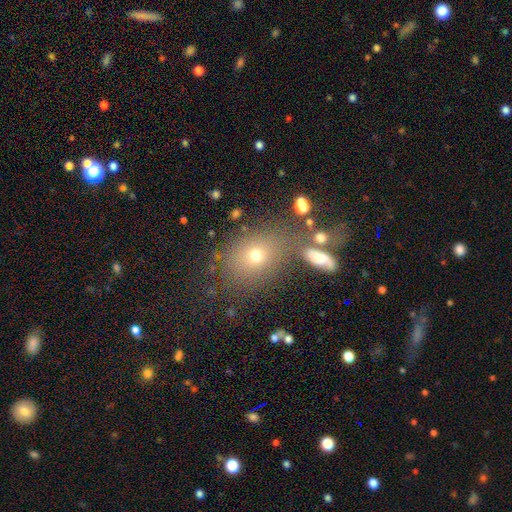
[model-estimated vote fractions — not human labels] This is likely a smooth galaxy (68%). How rounded: possibly in between (52%). Merging: likely none (66%).